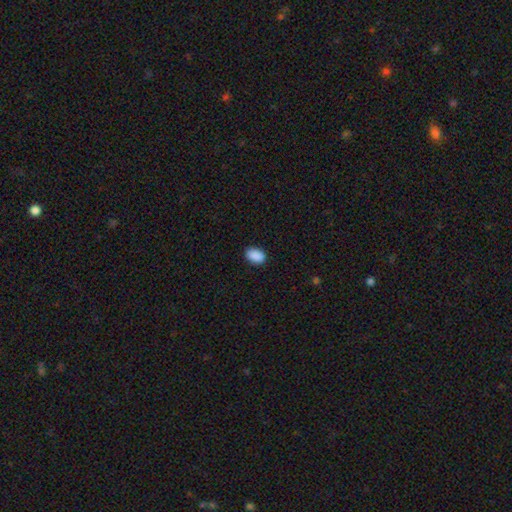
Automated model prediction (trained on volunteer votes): Smooth or featured? Predicted: smooth (p=0.90). How rounded? Predicted: in between (p=0.88). Merging? Predicted: none (p=0.88).